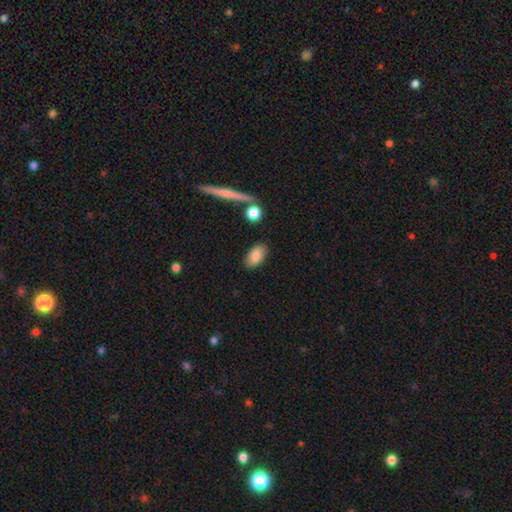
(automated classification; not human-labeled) The model was most divided on "merging": none: 84%, minor disturbance: 10%, merger: 3%, major disturbance: 3%. More confident: how rounded — in between (91%); smooth or featured — smooth (84%).